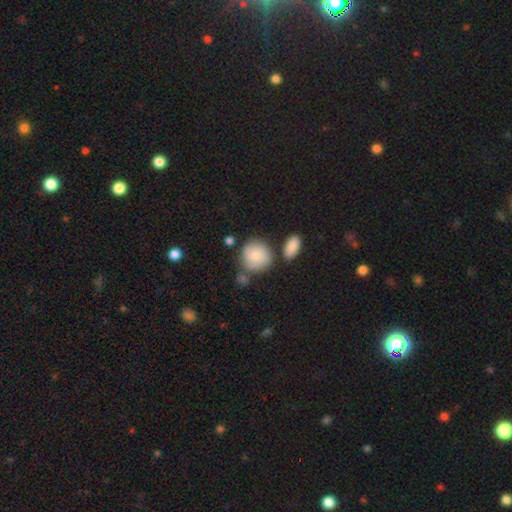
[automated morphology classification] This appears to be a smooth galaxy with no disk features (80%) that is round (85%). Merging: none (63%).